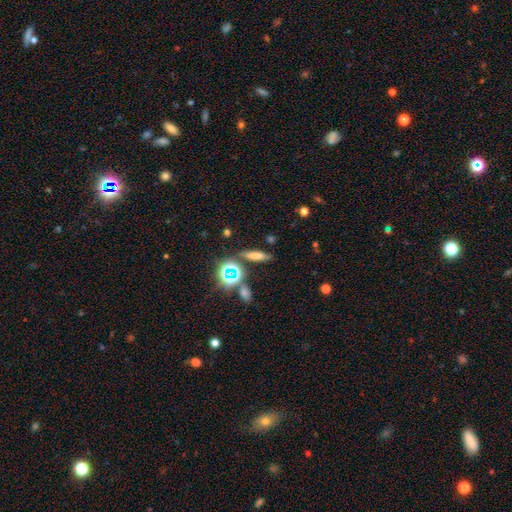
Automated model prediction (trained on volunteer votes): smooth_or_featured: smooth (p=0.63) [alt: star or artifact p=0.21]
how_rounded: cigar-shaped (p=0.69) [alt: in between p=0.21]
merging: none (p=0.79) [alt: minor disturbance p=0.10]